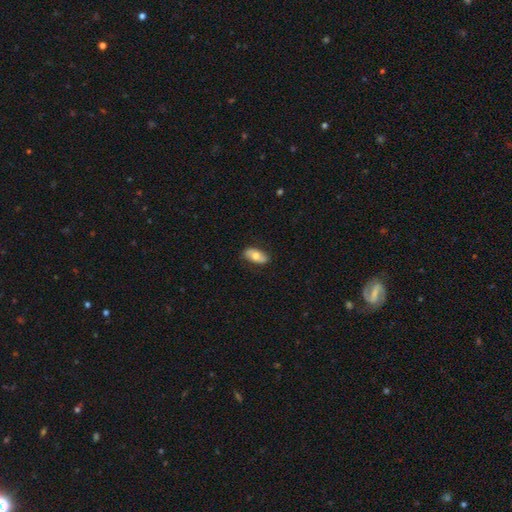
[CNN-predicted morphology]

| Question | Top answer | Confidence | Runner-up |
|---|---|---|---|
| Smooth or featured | smooth | 66% | featured or disk (28%) |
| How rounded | in between | 91% | cigar-shaped (5%) |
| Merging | none | 82% | minor disturbance (14%) |